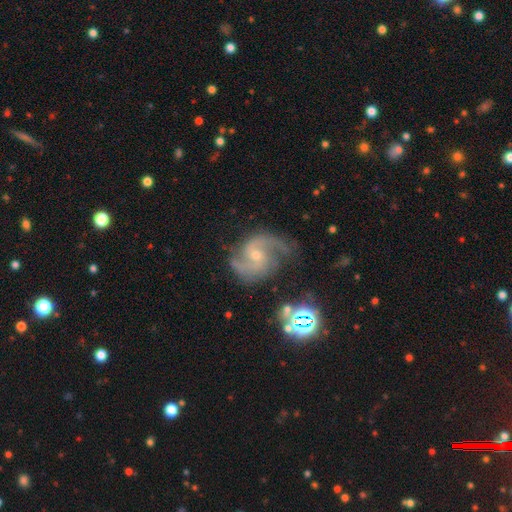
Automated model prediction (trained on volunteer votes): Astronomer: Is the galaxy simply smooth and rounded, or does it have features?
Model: featured or disk — 89%.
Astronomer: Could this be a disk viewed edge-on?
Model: no — 98%.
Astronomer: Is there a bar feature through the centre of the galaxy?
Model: no — 57% (runner-up: weak, 36%).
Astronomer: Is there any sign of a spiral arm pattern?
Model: yes — 98%.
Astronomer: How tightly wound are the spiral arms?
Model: medium — 58%.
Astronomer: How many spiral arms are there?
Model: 2 — 79%.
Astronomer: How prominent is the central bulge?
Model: small — 58% (runner-up: moderate, 38%).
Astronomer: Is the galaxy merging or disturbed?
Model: none — 68%.